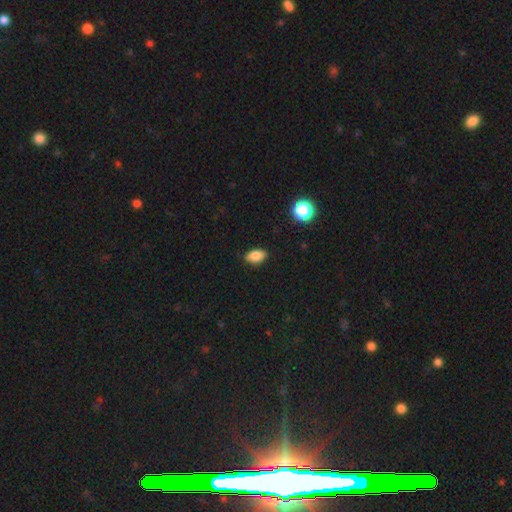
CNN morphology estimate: smooth 83%, star or artifact 9%, featured or disk 8%. Down the decision tree: how rounded — in between (90%); merging — none (87%).